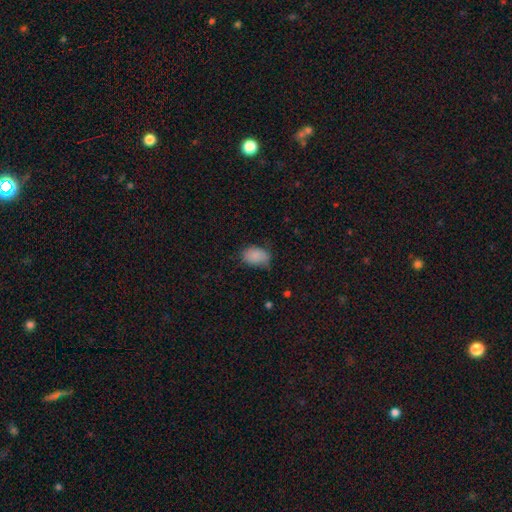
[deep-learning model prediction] This appears to be a smooth galaxy with no disk features (86%) that is in between round and cigar-shaped (83%). Merging: none (60%).